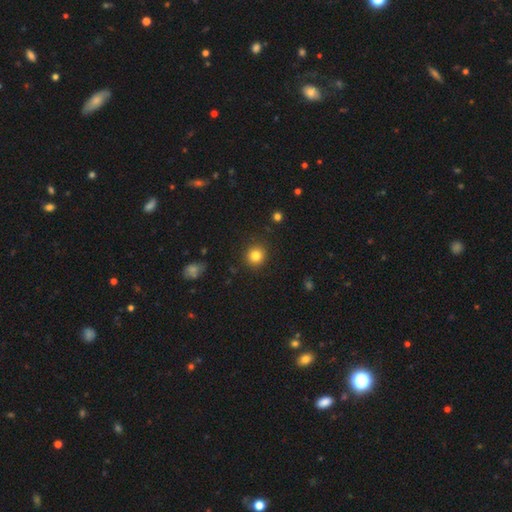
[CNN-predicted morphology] Smooth or featured? Predicted: smooth (p=0.82). How rounded? Predicted: round (p=0.89). Merging? Predicted: none (p=0.89).